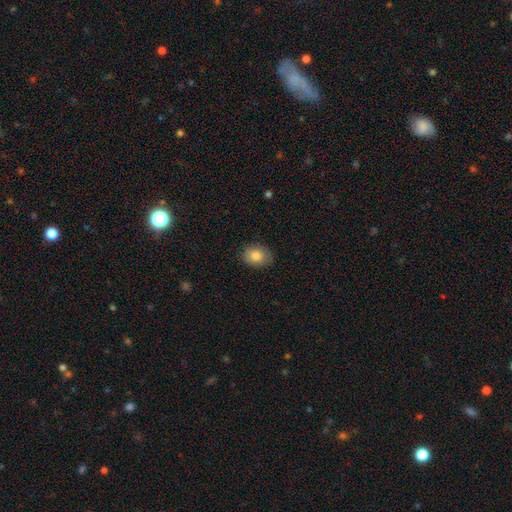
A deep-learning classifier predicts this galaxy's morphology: This appears to be a smooth galaxy with no disk features (83%) that is in between round and cigar-shaped (62%). Merging: none (83%).